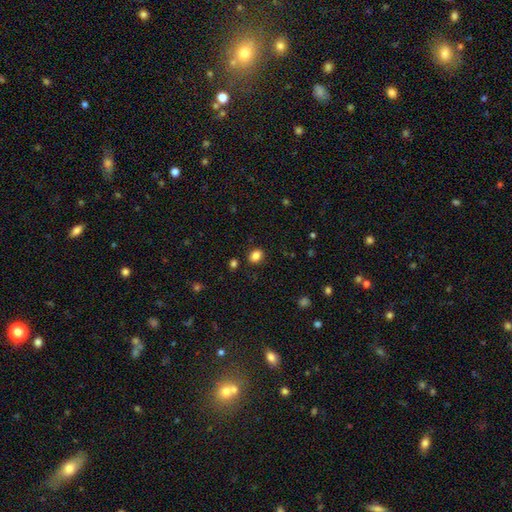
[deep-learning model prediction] A smooth galaxy with no disk features (85%) that is in between round and cigar-shaped (59%).

Vote fractions:
- Smooth or featured? smooth: 85% / star or artifact: 11% / featured or disk: 4%
- How rounded? in between: 59% / round: 40% / cigar-shaped: 1%
- Merging? none: 86% / minor disturbance: 9% / major disturbance: 3% / merger: 2%